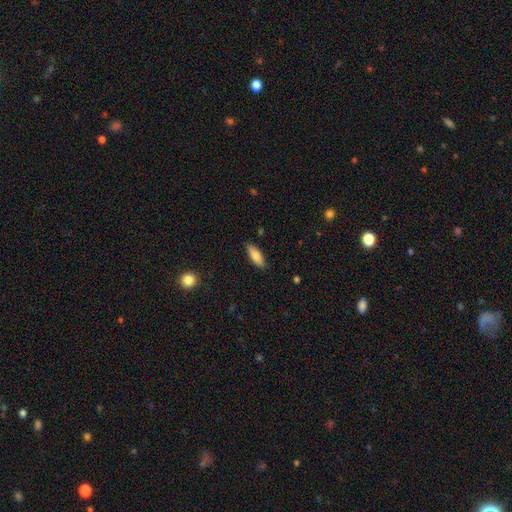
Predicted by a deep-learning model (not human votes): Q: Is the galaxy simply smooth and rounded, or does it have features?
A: smooth — 81%.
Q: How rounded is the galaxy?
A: in between — 64%.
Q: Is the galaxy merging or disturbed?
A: none — 87%.